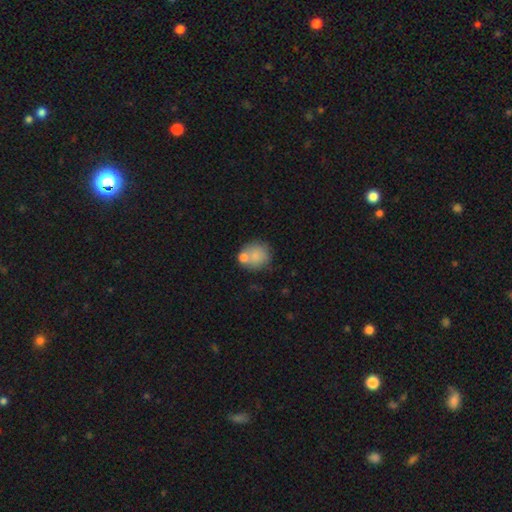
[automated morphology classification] A smooth galaxy with no disk features (78%) that is round (83%).

Vote fractions:
- Smooth or featured? smooth: 78% / featured or disk: 14% / star or artifact: 8%
- How rounded? round: 83% / in between: 16% / cigar-shaped: 1%
- Merging? none: 56% / merger: 23% / minor disturbance: 16% / major disturbance: 6%